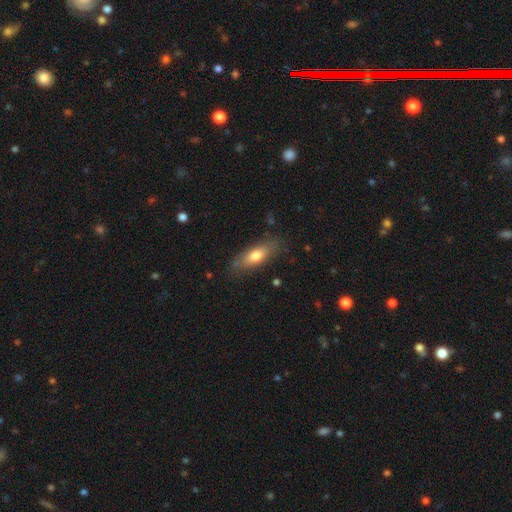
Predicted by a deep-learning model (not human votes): smooth-or-featured: smooth: 71% | featured or disk: 23% | star or artifact: 6%
  how-rounded: in between: 66% | cigar-shaped: 31% | round: 3%
  merging: none: 78% | minor disturbance: 16% | major disturbance: 4% | merger: 2%